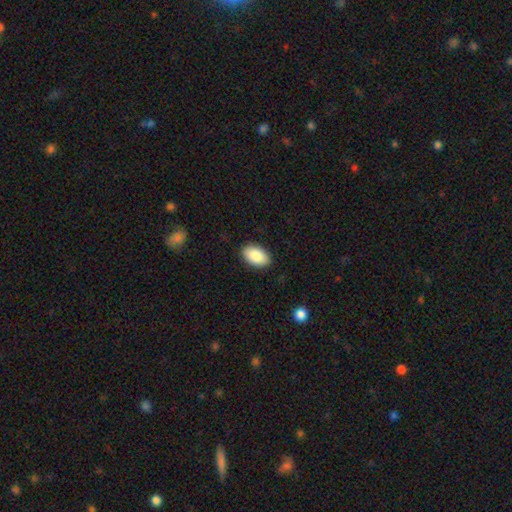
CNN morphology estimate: A smooth galaxy with no disk features (88%) that is in between round and cigar-shaped (93%).

Vote fractions:
- Smooth or featured? smooth: 88% / star or artifact: 6% / featured or disk: 6%
- How rounded? in between: 93% / round: 5% / cigar-shaped: 1%
- Merging? none: 89% / minor disturbance: 8% / major disturbance: 2% / merger: 1%